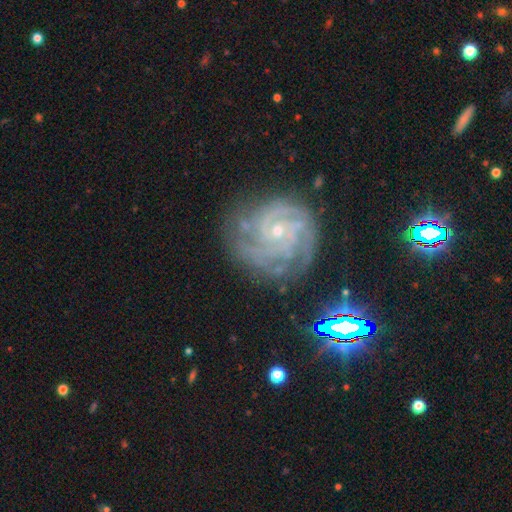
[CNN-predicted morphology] This is likely a featured or disk galaxy (80%). It is clearly not viewed edge-on (97%). Bar: likely no (66%). Spiral arm pattern: clearly yes (97%). Spiral arm count: marginally can't tell (24%, tied with 3). Spiral winding: likely tight (73%). Central bulge: likely small (79%). Merging: likely none (74%).